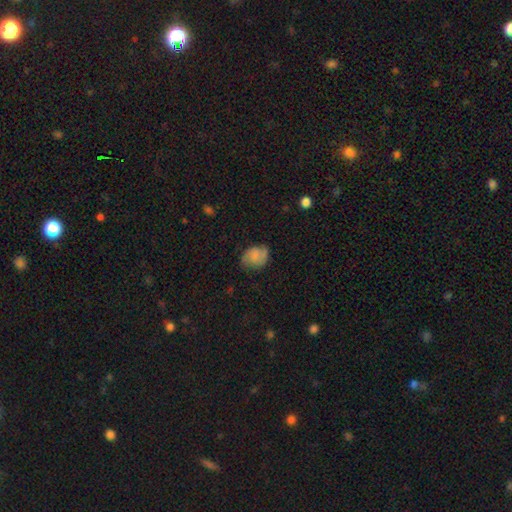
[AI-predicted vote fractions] The model was most divided on "how rounded": in between: 63%, round: 36%, cigar-shaped: 1%. More confident: smooth or featured — smooth (65%); merging — none (62%).